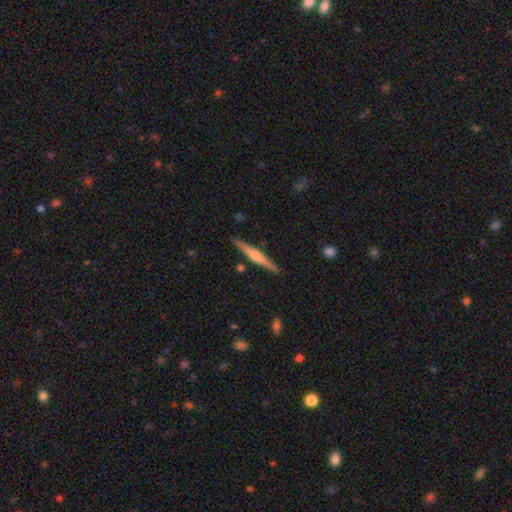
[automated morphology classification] Overall: featured or disk (61%; smooth 33%). Edge-on disk: yes (98%). Edge-on bulge: rounded (54%; boxy 29%). Merging: none (88%).